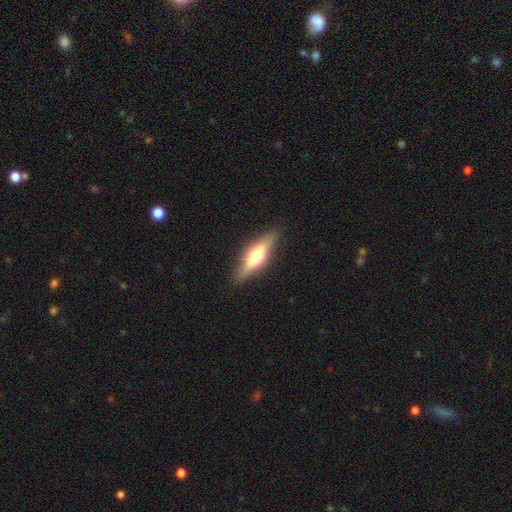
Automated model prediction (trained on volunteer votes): Smooth or featured? featured or disk (53%)
Edge-on disk? yes (92%)
Merging? none (88%)